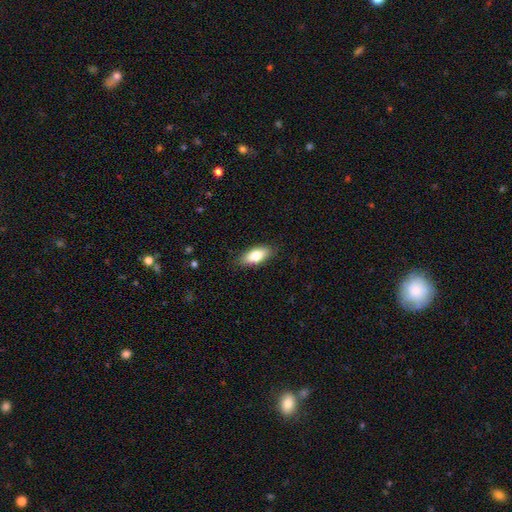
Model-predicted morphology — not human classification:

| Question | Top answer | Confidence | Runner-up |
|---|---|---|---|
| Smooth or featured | smooth | 77% | featured or disk (17%) |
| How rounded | in between | 82% | cigar-shaped (16%) |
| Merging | none | 86% | minor disturbance (11%) |